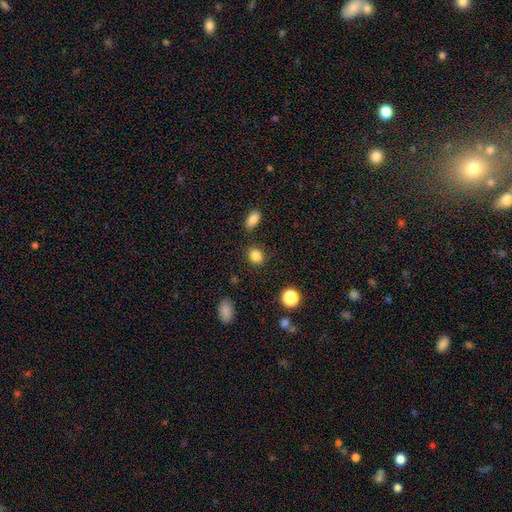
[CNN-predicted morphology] type=smooth (85%); roundness=round (68%); merging=none (82%).